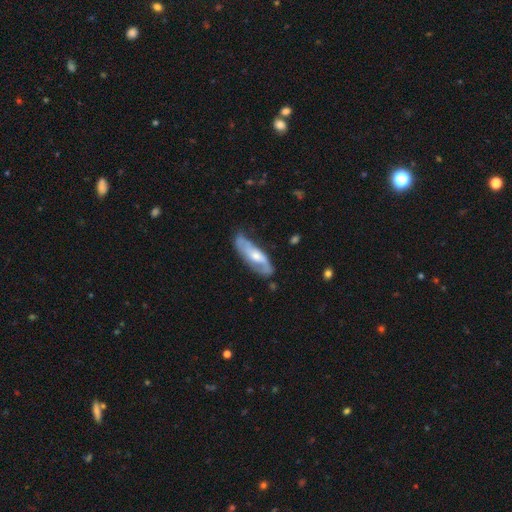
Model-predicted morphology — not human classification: A featured or disk galaxy (65%) with no bar (53%), spiral arms (82%) and a moderate central bulge (57%).

Vote fractions:
- Smooth or featured? featured or disk: 65% / smooth: 29% / star or artifact: 5%
- Edge-on disk? no: 79% / yes: 21%
- Bar? no: 53% / weak: 35% / strong: 13%
- Spiral arms? yes: 82% / no: 18%
- Bulge size? moderate: 57% / small: 32% / large: 7% / none: 3% / dominant: 1%
- Merging? none: 65% / minor disturbance: 24% / major disturbance: 8% / merger: 3%